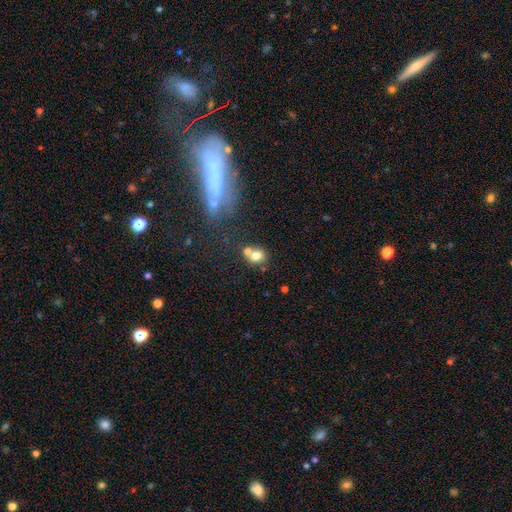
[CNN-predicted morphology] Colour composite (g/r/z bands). It shows a smooth galaxy with no disk features (74%) that is round (64%). Merging: none (45%).